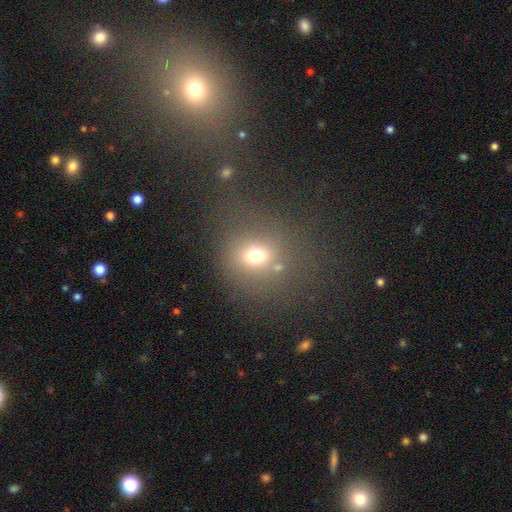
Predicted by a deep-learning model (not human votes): A smooth galaxy with no disk features (69%) that is round (67%).

Vote fractions:
- Smooth or featured? smooth: 69% / star or artifact: 19% / featured or disk: 12%
- How rounded? round: 67% / in between: 32% / cigar-shaped: 2%
- Merging? none: 62% / minor disturbance: 15% / major disturbance: 13% / merger: 11%